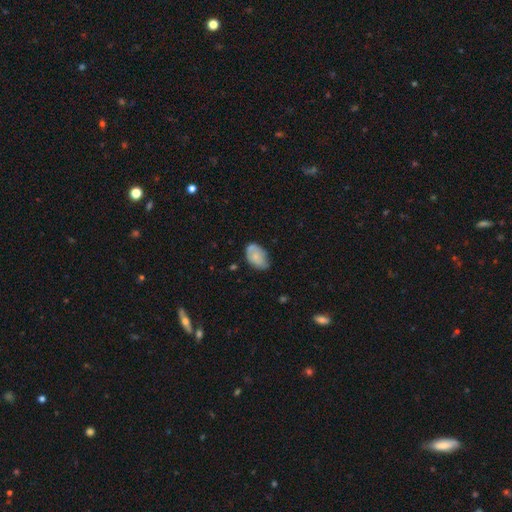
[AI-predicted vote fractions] This is likely a smooth galaxy (67%). How rounded: clearly in between (89%). Merging: possibly none (53%).